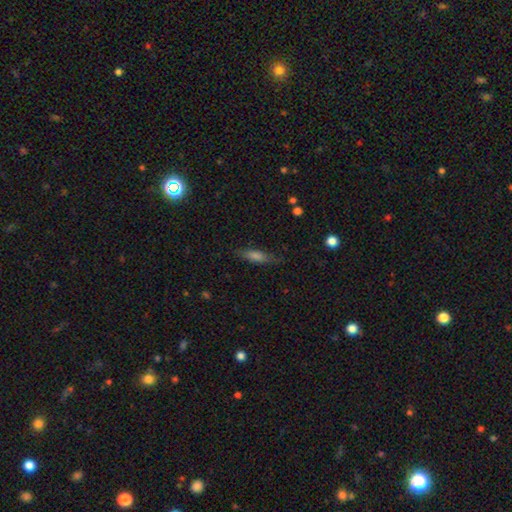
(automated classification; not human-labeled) Smooth or featured?
  - smooth: 57% *
  - featured or disk: 31%
  - star or artifact: 12%
How rounded?
  - cigar-shaped: 66% *
  - in between: 31%
  - round: 3%
Merging?
  - none: 79% *
  - minor disturbance: 15%
  - major disturbance: 4%
  - merger: 1%